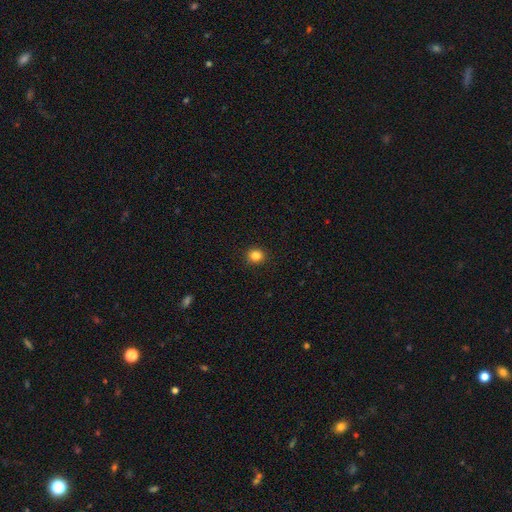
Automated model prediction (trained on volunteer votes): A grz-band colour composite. It shows a smooth galaxy with no disk features (84%) that is round (85%). Merging: none (92%).